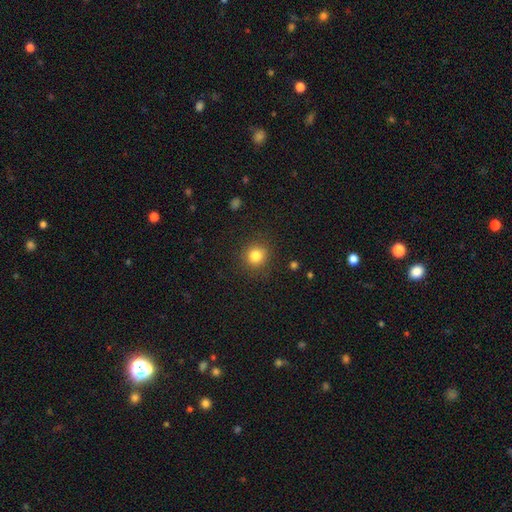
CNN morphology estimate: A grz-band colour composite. It shows a smooth galaxy with no disk features (83%) that is round (91%). Merging: none (89%).